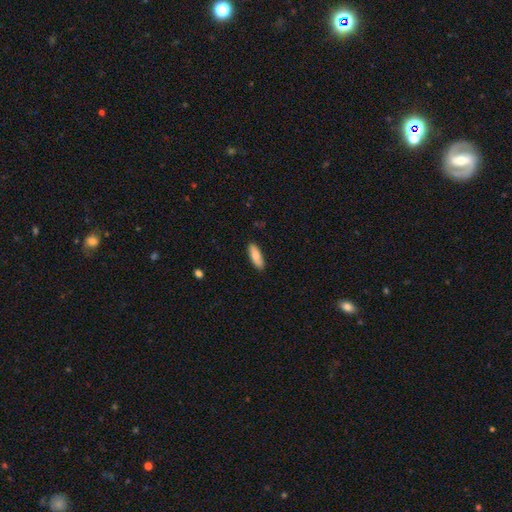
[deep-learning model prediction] This is clearly a smooth galaxy (81%). How rounded: likely in between (61%). Merging: clearly none (87%).